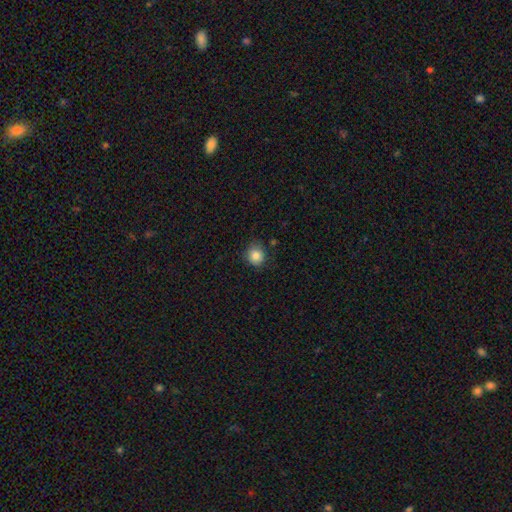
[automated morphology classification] Overall: smooth (85%). How rounded: round (86%). Merging: none (81%).